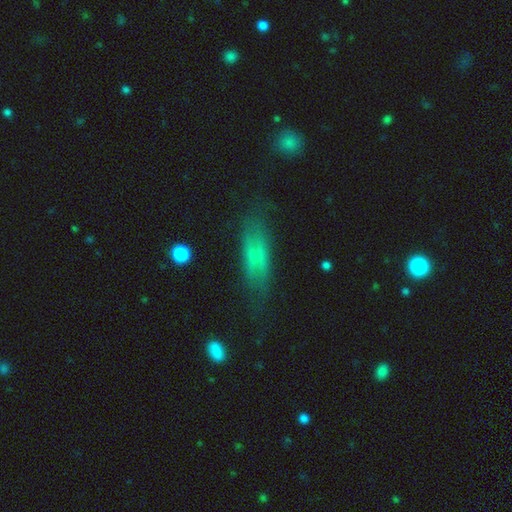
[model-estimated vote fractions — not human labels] smooth-or-featured: smooth: 55% | featured or disk: 33% | star or artifact: 12%
  how-rounded: cigar-shaped: 53% | in between: 44% | round: 3%
  merging: none: 64% | minor disturbance: 22% | major disturbance: 11% | merger: 3%